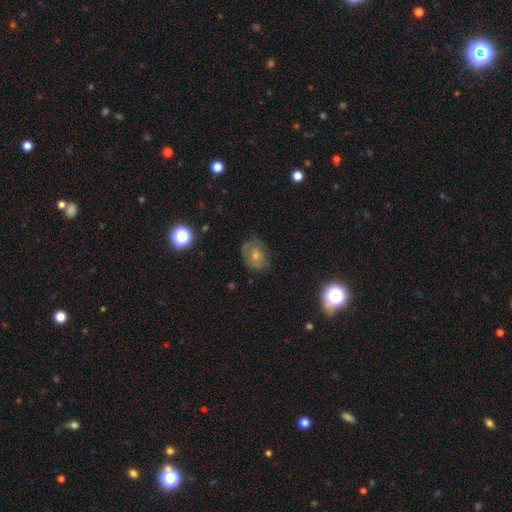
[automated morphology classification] Smooth or featured?
  - smooth: 59% *
  - featured or disk: 29%
  - star or artifact: 12%
How rounded?
  - round: 53% *
  - in between: 46%
  - cigar-shaped: 1%
Merging?
  - none: 64% *
  - minor disturbance: 25%
  - major disturbance: 10%
  - merger: 2%